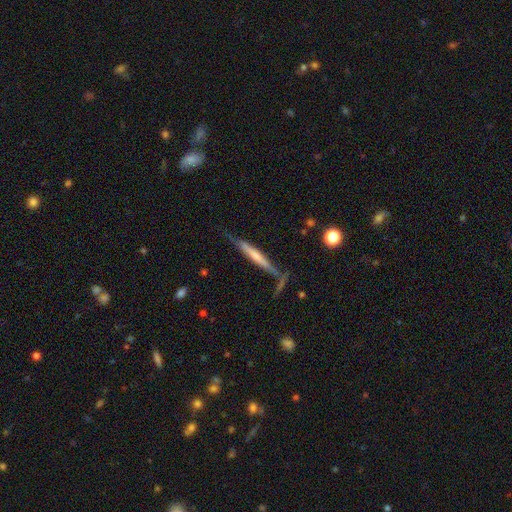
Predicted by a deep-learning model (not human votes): smooth_or_featured: featured or disk (p=0.51) [alt: smooth p=0.43]
disk_edge_on: yes (p=0.92) [alt: no p=0.08]
merging: none (p=0.64) [alt: minor disturbance p=0.22]